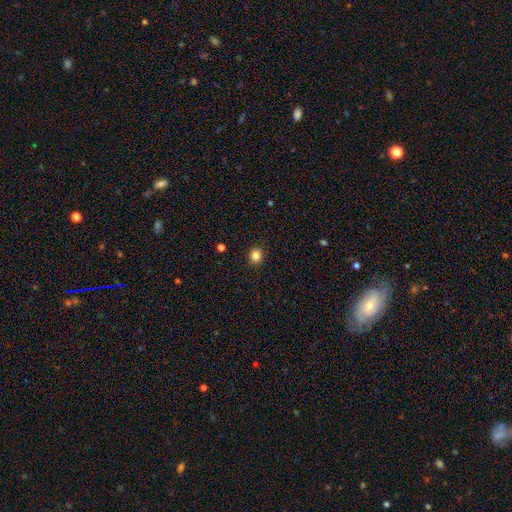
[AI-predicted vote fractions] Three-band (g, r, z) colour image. It shows a smooth galaxy with no disk features (84%) that is round (82%). Merging: none (91%).